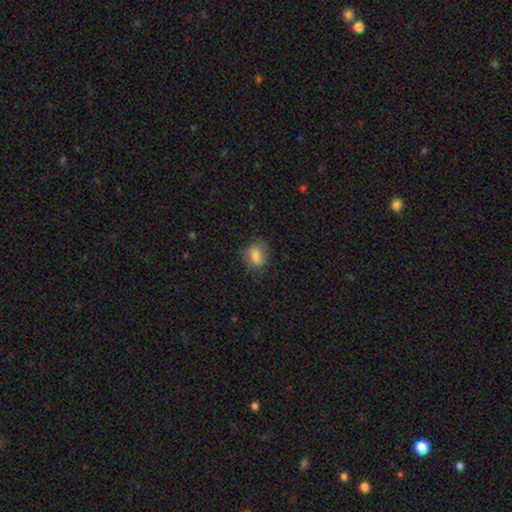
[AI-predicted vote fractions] This appears to be a smooth galaxy with no disk features (70%) that is in between round and cigar-shaped (58%). Merging: none (66%).